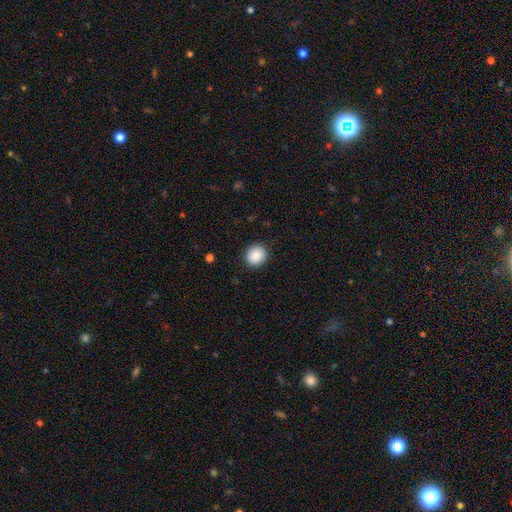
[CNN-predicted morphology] smooth-or-featured: smooth: 89% | star or artifact: 8% | featured or disk: 3%
  how-rounded: round: 82% | in between: 18% | cigar-shaped: 1%
  merging: none: 89% | minor disturbance: 7% | major disturbance: 2% | merger: 1%